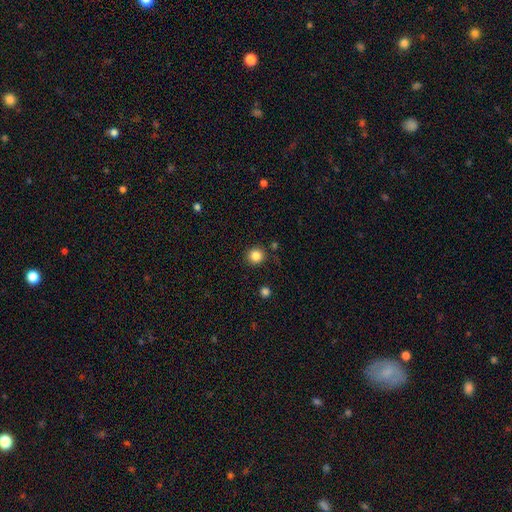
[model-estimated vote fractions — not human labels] The model was most divided on "smooth or featured": smooth: 85%, star or artifact: 11%, featured or disk: 4%. More confident: how rounded — round (92%); merging — none (87%).